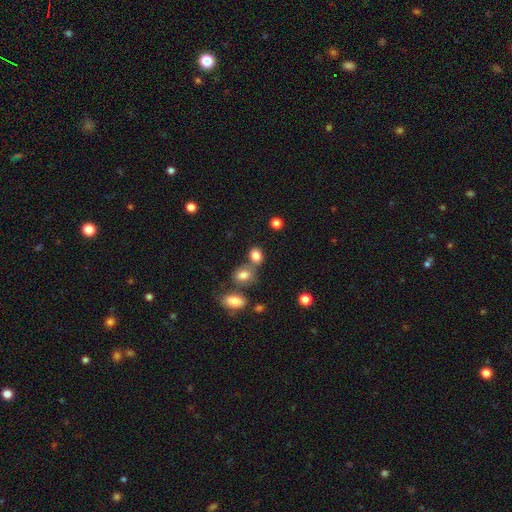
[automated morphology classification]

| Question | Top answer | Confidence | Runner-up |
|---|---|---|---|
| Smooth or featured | smooth | 83% | star or artifact (11%) |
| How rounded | in between | 56% | round (43%) |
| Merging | none | 53% | merger (30%) |